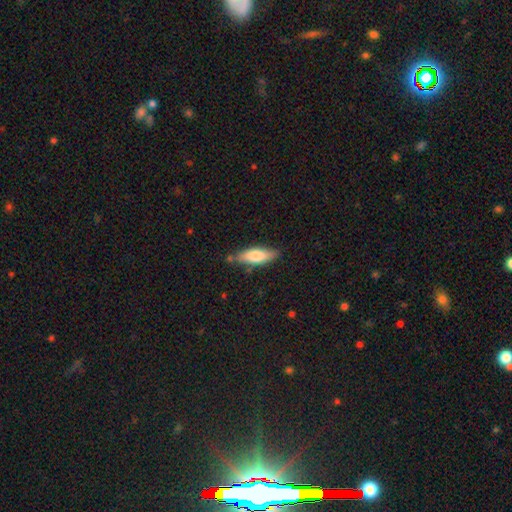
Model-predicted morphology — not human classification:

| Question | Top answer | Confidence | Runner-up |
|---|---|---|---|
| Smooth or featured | smooth | 73% | featured or disk (21%) |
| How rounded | in between | 52% | cigar-shaped (46%) |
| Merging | none | 76% | minor disturbance (17%) |